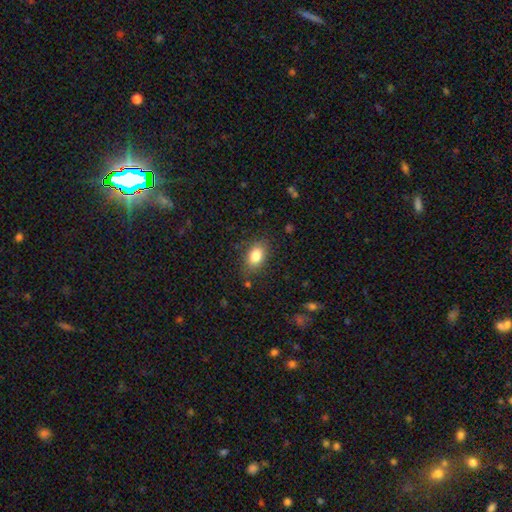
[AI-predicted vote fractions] smooth_or_featured: smooth (p=0.83) [alt: star or artifact p=0.09]
how_rounded: in between (p=0.82) [alt: round p=0.17]
merging: none (p=0.81) [alt: minor disturbance p=0.13]